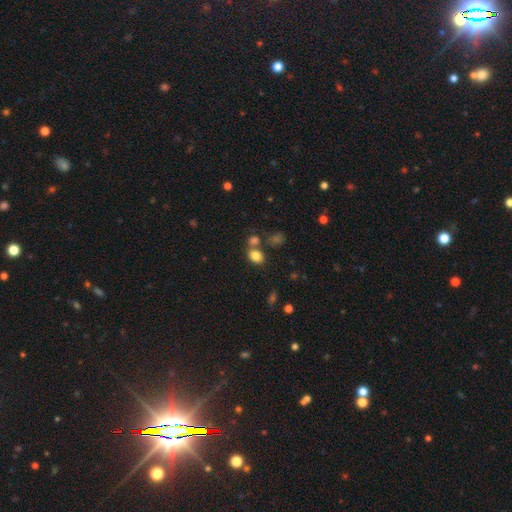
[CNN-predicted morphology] This is clearly a smooth galaxy (81%). How rounded: possibly in between (59%). Merging: possibly none (58%).